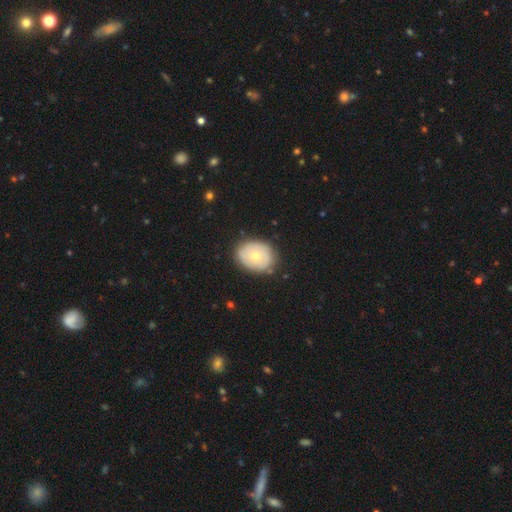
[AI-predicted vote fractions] Smooth or featured? smooth (53%)
How rounded? round (51%)
Merging? none (79%)